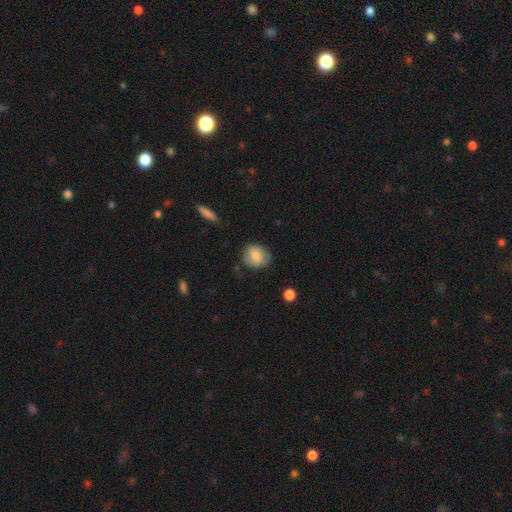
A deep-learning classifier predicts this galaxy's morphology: smooth_or_featured: smooth (p=0.81) [alt: featured or disk p=0.11]
how_rounded: round (p=0.70) [alt: in between p=0.29]
merging: none (p=0.77) [alt: minor disturbance p=0.17]